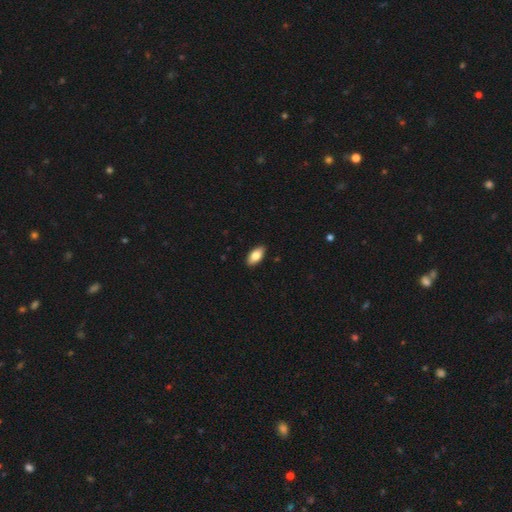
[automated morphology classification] Overall: smooth (82%). How rounded: in between (92%). Merging: none (90%).